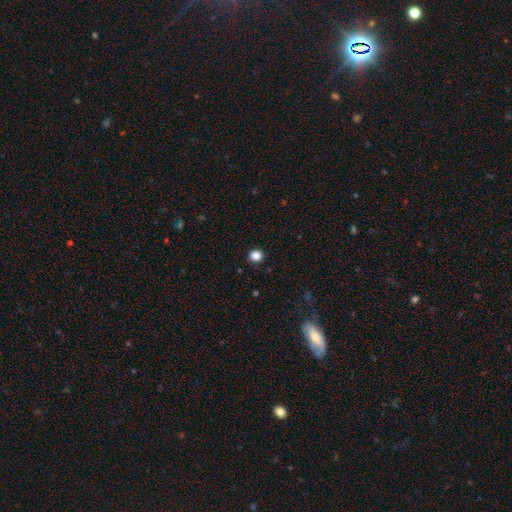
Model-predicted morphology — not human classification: This is clearly a smooth galaxy (84%). How rounded: clearly round (85%). Merging: clearly none (91%).